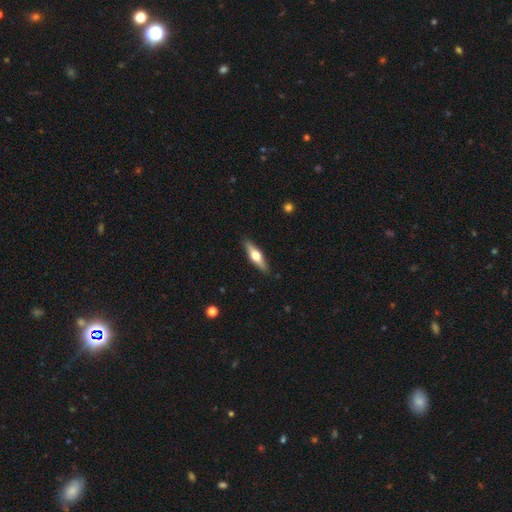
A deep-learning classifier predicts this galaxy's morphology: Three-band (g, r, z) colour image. It shows a featured or disk galaxy (54%) viewed edge-on (93%) with a rounded central bulge (95%). Merging: none (89%).